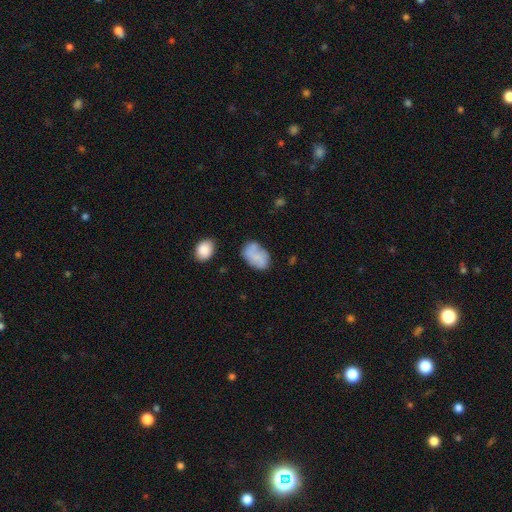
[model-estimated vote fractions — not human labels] Overall: smooth (70%). How rounded: in between (86%). Merging: none (51%; minor disturbance 27%).